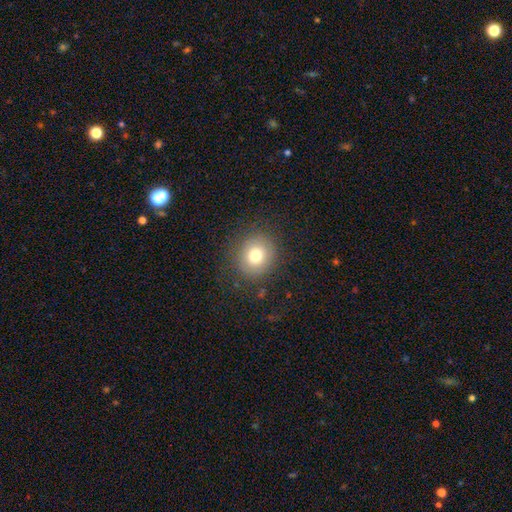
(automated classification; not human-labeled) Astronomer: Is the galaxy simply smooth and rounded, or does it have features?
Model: smooth — 75%.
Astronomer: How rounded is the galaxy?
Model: round — 84%.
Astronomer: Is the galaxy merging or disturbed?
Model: none — 85%.